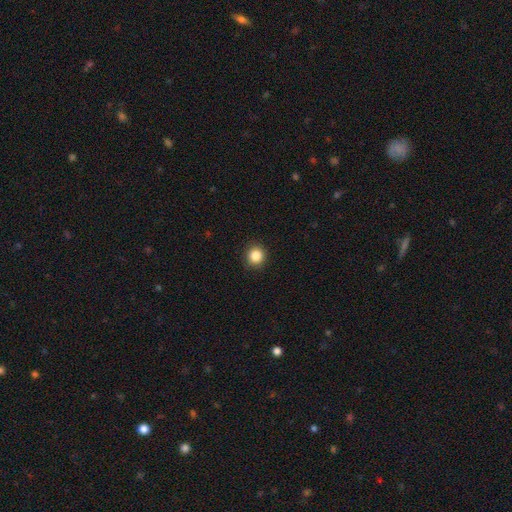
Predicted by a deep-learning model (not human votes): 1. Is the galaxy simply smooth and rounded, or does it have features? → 86% smooth, 11% star or artifact, 4% featured or disk.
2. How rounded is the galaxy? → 93% round, 6% in between, 1% cigar-shaped.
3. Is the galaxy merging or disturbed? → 91% none, 7% minor disturbance, 2% major disturbance, 1% merger.